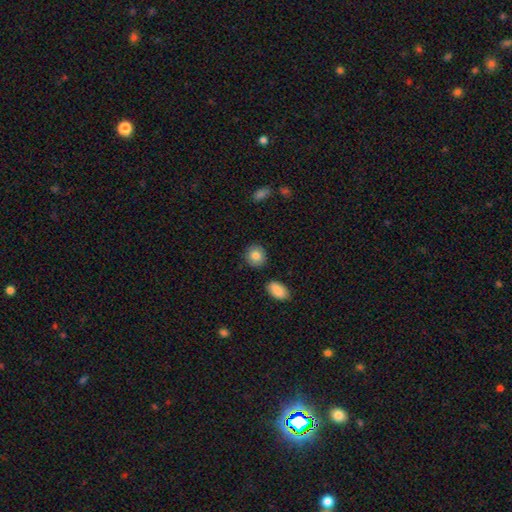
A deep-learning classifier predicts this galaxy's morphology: The model was most divided on "how rounded": round: 82%, in between: 17%, cigar-shaped: 1%. More confident: merging — none (87%); smooth or featured — smooth (84%).